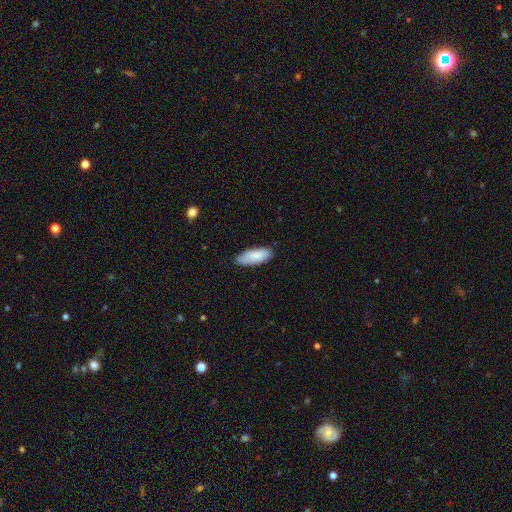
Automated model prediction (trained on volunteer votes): Smooth or featured?
  - smooth: 84% *
  - featured or disk: 10%
  - star or artifact: 6%
How rounded?
  - in between: 75% *
  - cigar-shaped: 23%
  - round: 2%
Merging?
  - none: 80% *
  - minor disturbance: 17%
  - major disturbance: 2%
  - merger: 1%